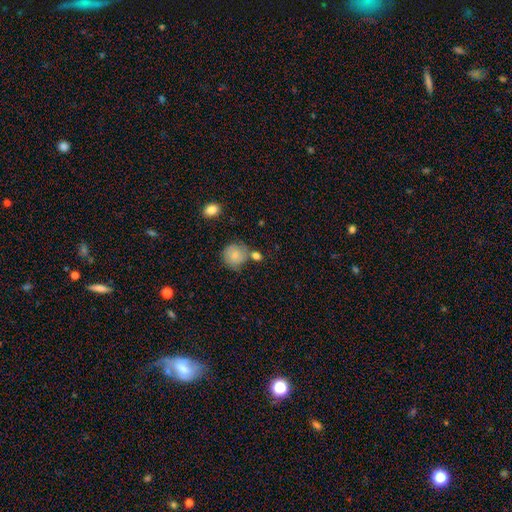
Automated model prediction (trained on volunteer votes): smooth-or-featured: smooth: 77% | featured or disk: 14% | star or artifact: 9%
  how-rounded: round: 82% | in between: 17% | cigar-shaped: 1%
  merging: none: 57% | merger: 22% | minor disturbance: 15% | major disturbance: 5%